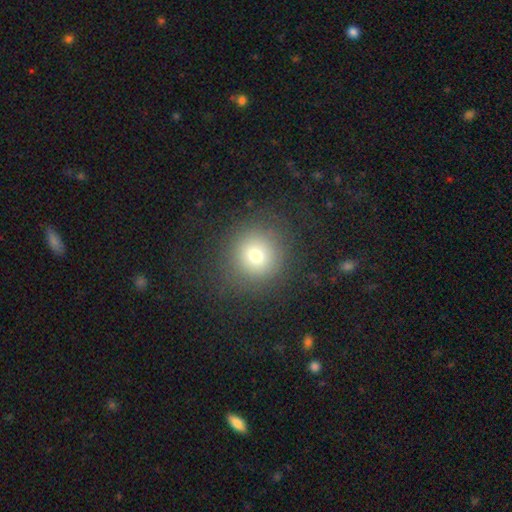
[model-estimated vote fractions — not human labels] This is likely a smooth galaxy (71%). How rounded: clearly round (93%). Merging: clearly none (84%).